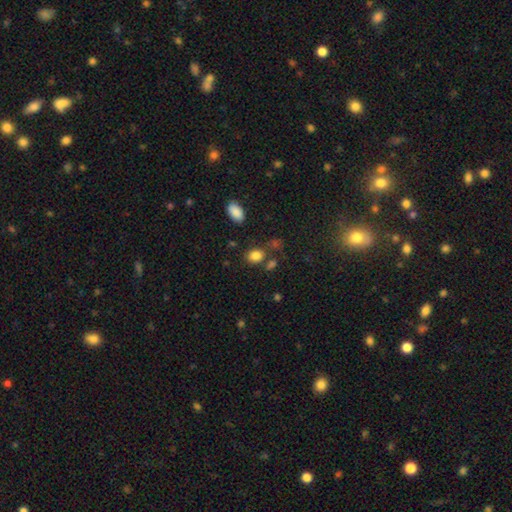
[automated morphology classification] The model was most divided on "how rounded": in between: 56%, round: 42%, cigar-shaped: 1%. More confident: smooth or featured — smooth (83%); merging — none (71%).